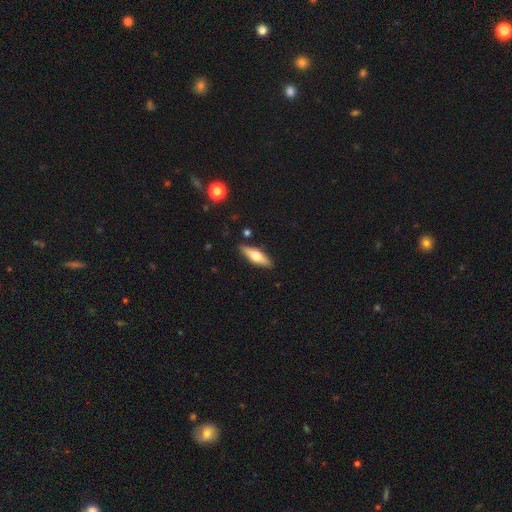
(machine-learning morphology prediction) Smooth or featured: featured or disk — 54% (smooth — 40%)
Edge-on disk: yes — 92% (no — 8%)
Merging: none — 88% (minor disturbance — 8%)